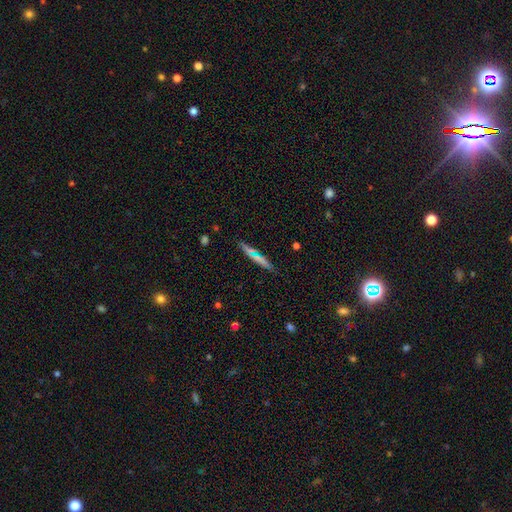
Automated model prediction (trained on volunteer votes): This appears to be a smooth galaxy with no disk features (59%) that is cigar-shaped (91%). Merging: none (82%).